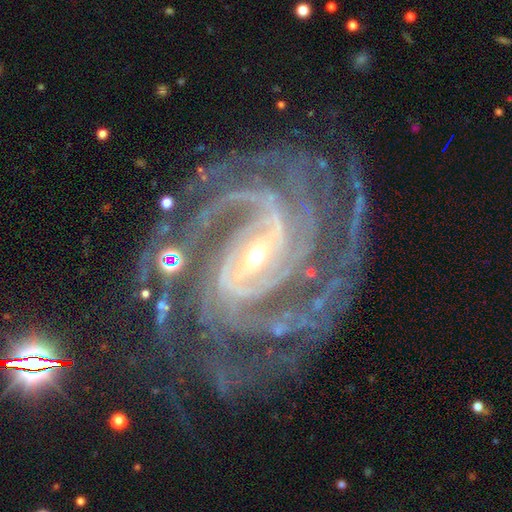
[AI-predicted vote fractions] Overall: featured or disk (93%). Edge-on disk: no (98%). Bar: strong (47%; weak 36%). Spiral arms: yes (99%). Spiral arm count: 4 (25%; 3 23%). Spiral winding: tight (69%). Bulge size: small (70%). Merging: none (71%).